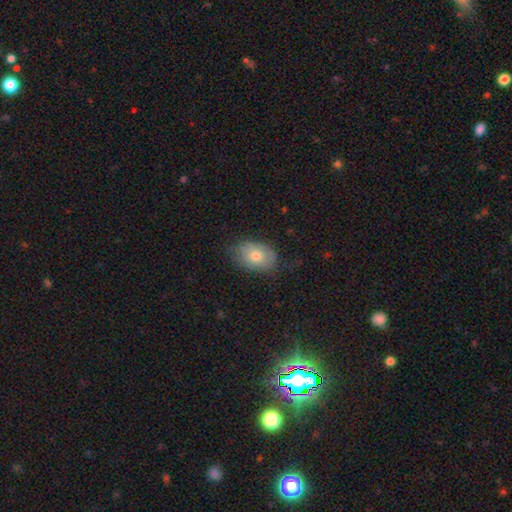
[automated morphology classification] The model was most divided on "merging": none: 67%, minor disturbance: 26%, major disturbance: 6%, merger: 1%. More confident: how rounded — in between (83%); smooth or featured — smooth (70%).